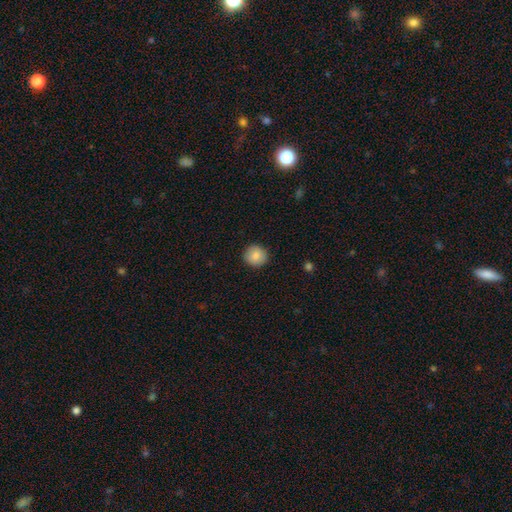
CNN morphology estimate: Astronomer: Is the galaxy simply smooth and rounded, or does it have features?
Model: smooth — 87%.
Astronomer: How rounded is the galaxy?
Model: round — 91%.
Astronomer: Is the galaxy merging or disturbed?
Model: none — 91%.